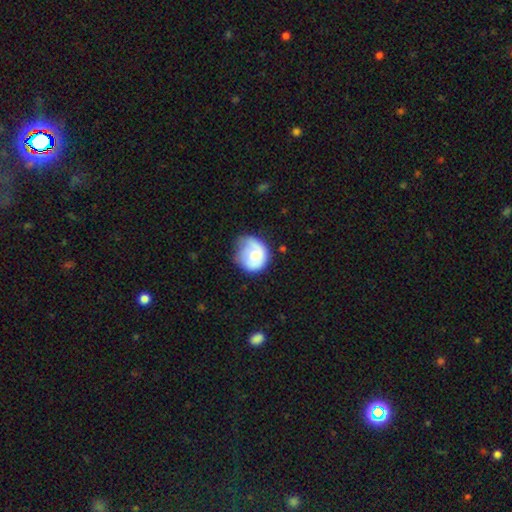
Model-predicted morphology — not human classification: Q: Smooth or featured?
A: smooth (59%); runner-up: featured or disk (35%)
Q: How rounded?
A: round (71%); runner-up: in between (28%)
Q: Merging?
A: minor disturbance (39%); runner-up: none (36%)